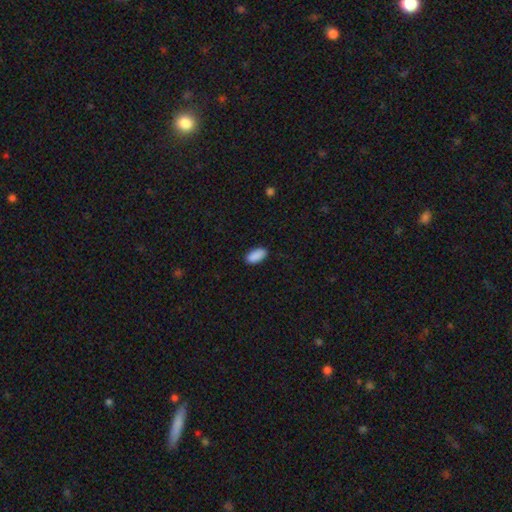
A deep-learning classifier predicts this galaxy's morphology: This appears to be a smooth galaxy with no disk features (90%) that is in between round and cigar-shaped (92%). Merging: none (88%).